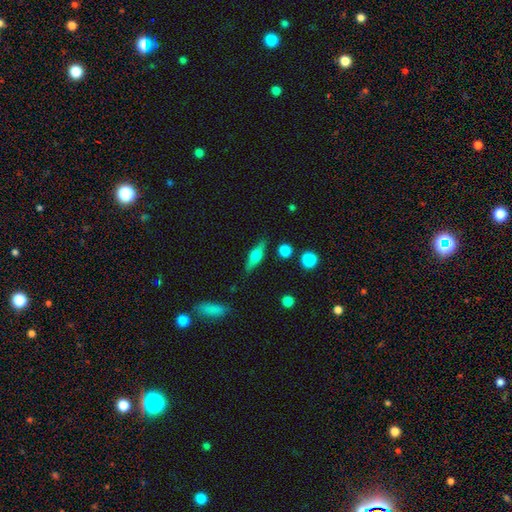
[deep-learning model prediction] smooth_or_featured: featured or disk (p=0.51) [alt: smooth p=0.42]
disk_edge_on: yes (p=0.92) [alt: no p=0.08]
merging: none (p=0.82) [alt: minor disturbance p=0.12]